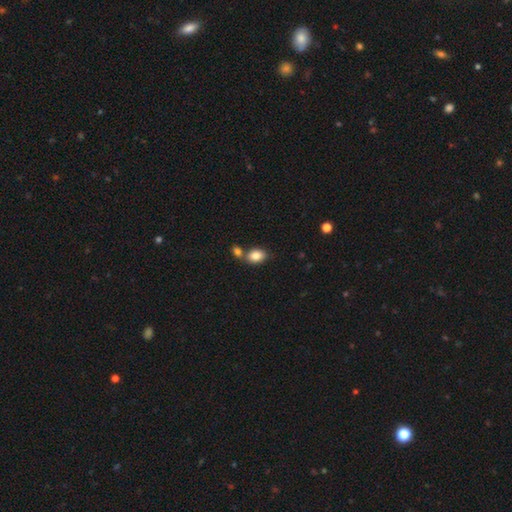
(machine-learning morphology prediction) This appears to be a smooth galaxy with no disk features (84%) that is in between round and cigar-shaped (77%). Merging: none (51%).